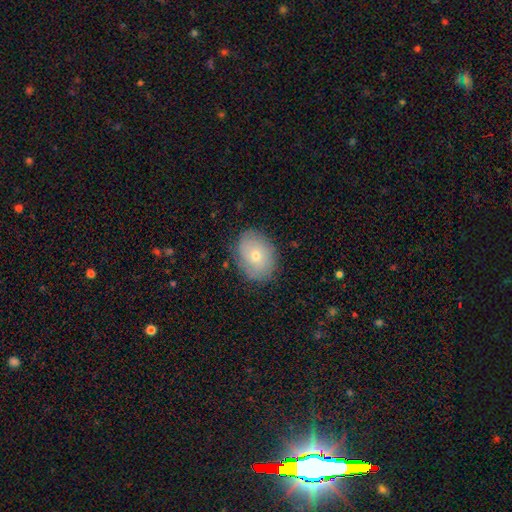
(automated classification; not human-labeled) smooth 59%, featured or disk 32%, star or artifact 10%. Down the decision tree: how rounded — in between (67%); merging — none (82%).